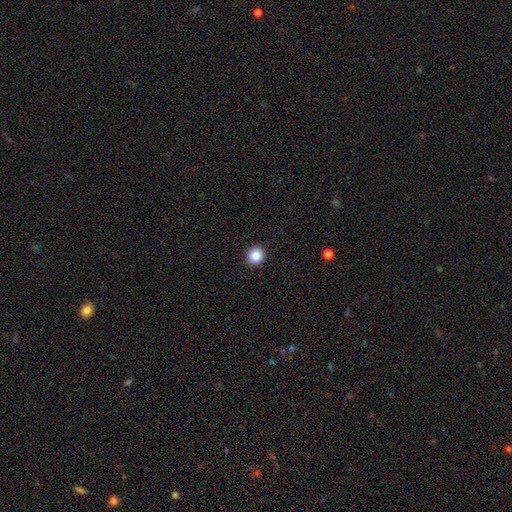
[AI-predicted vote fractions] A smooth galaxy with no disk features (86%) that is round (88%).

Vote fractions:
- Smooth or featured? smooth: 86% / star or artifact: 10% / featured or disk: 4%
- How rounded? round: 88% / in between: 11% / cigar-shaped: 1%
- Merging? none: 92% / minor disturbance: 5% / major disturbance: 2% / merger: 1%